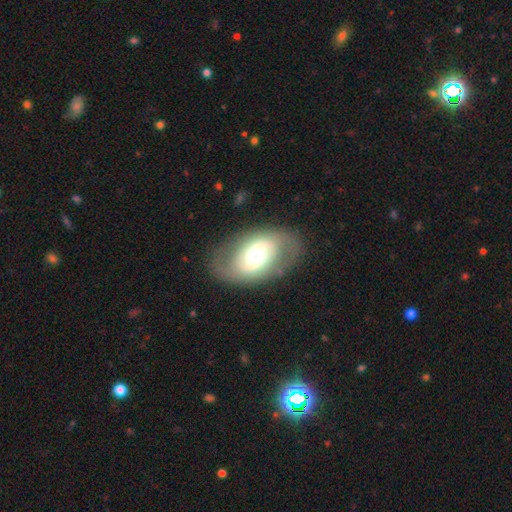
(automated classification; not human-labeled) Smooth or featured? Predicted: featured or disk (p=0.58). Edge-on disk? Predicted: no (p=0.93). Bar? Predicted: no (p=0.42). Spiral arms? Predicted: yes (p=0.51). Bulge size? Predicted: moderate (p=0.57). Merging? Predicted: none (p=0.77).